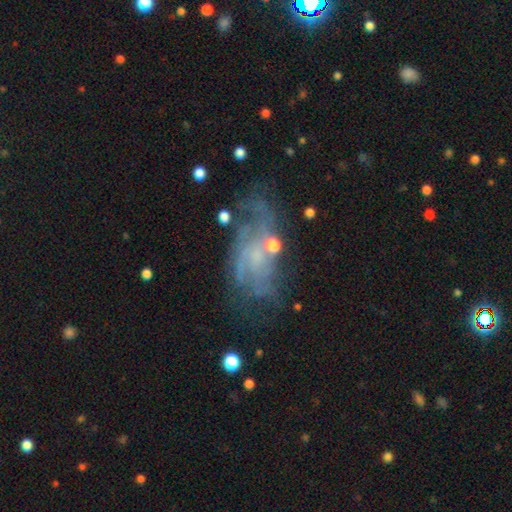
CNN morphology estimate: Smooth or featured? Predicted: featured or disk (p=0.73). Edge-on disk? Predicted: no (p=0.96). Bar? Predicted: no (p=0.69). Spiral arms? Predicted: yes (p=0.79). Spiral winding? Predicted: medium (p=0.41). Spiral arm count? Predicted: can't tell (p=0.42). Bulge size? Predicted: small (p=0.44). Merging? Predicted: none (p=0.46).